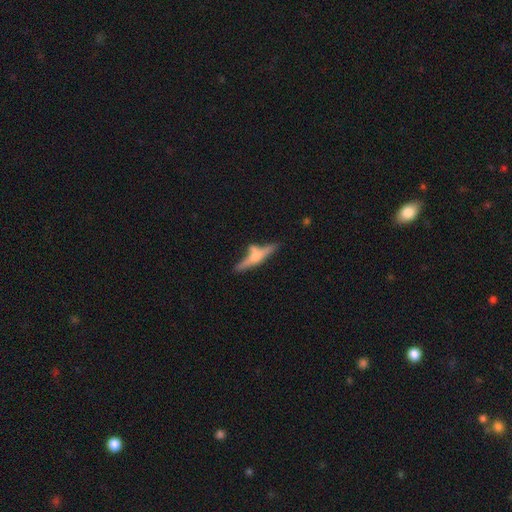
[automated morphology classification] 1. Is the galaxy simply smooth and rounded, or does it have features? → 58% featured or disk, 35% smooth, 7% star or artifact.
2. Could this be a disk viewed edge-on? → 93% yes, 7% no.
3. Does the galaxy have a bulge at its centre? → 85% rounded, 8% none, 8% boxy.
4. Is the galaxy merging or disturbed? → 61% none, 17% merger, 16% minor disturbance, 6% major disturbance.